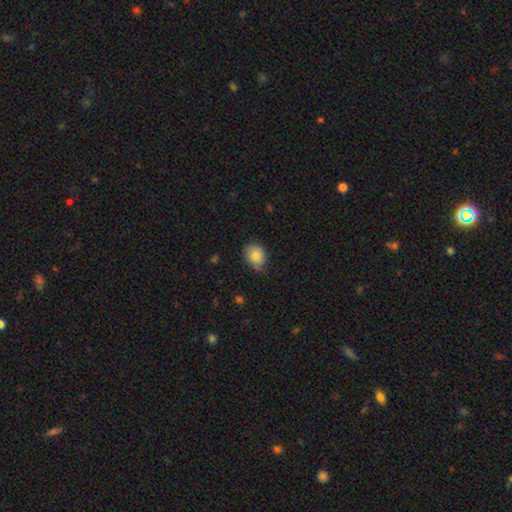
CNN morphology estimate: Smooth or featured: smooth — 82% (featured or disk — 9%)
How rounded: round — 57% (in between — 43%)
Merging: none — 68% (minor disturbance — 26%)